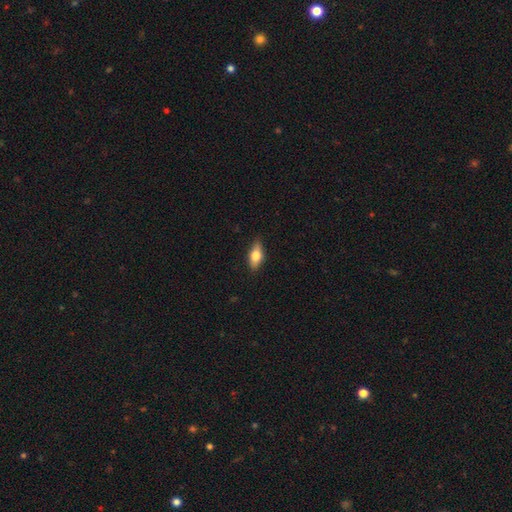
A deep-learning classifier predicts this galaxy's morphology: Smooth or featured? smooth (68%)
How rounded? in between (80%)
Merging? none (85%)